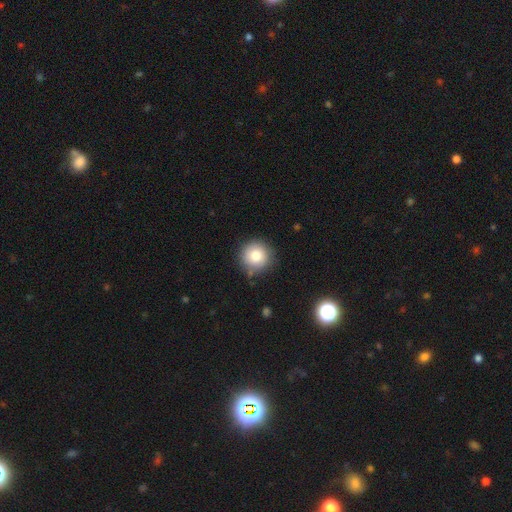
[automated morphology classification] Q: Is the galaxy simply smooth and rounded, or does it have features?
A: smooth — 82%.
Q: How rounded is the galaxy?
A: round — 94%.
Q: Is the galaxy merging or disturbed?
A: none — 84%.